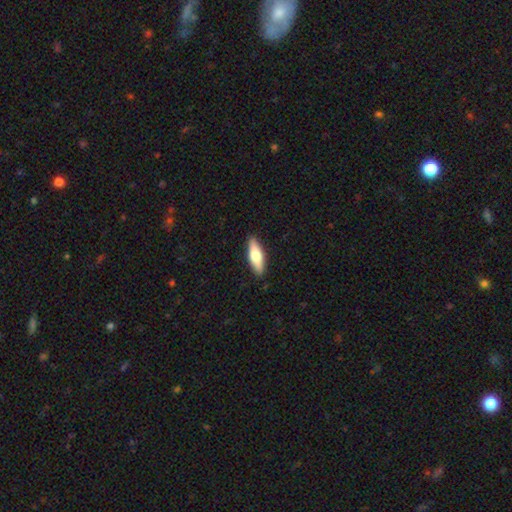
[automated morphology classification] Overall: smooth (59%; featured or disk 36%). How rounded: cigar-shaped (51%; in between 47%). Merging: none (89%).